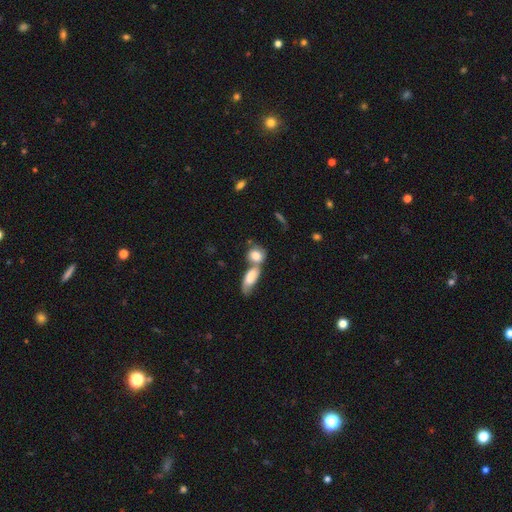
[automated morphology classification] Smooth or featured: smooth — 79% (featured or disk — 14%)
How rounded: in between — 61% (round — 32%)
Merging: merger — 58% (none — 27%)